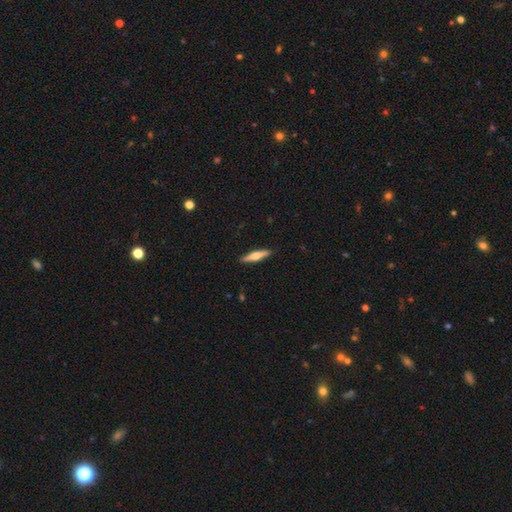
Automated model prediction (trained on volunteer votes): smooth_or_featured: featured or disk (p=0.54) [alt: smooth p=0.41]
disk_edge_on: yes (p=0.96) [alt: no p=0.04]
edge_on_bulge: rounded (p=0.91) [alt: boxy p=0.05]
merging: none (p=0.91) [alt: minor disturbance p=0.07]